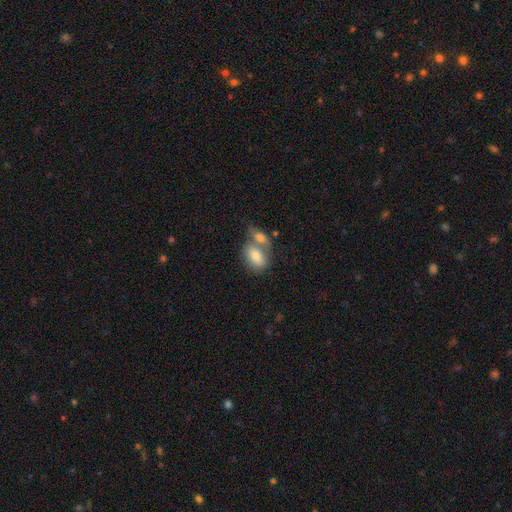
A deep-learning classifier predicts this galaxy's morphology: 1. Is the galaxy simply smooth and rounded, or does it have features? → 75% smooth, 18% featured or disk, 7% star or artifact.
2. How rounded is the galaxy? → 83% in between, 14% round, 3% cigar-shaped.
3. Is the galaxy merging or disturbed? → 53% merger, 34% none, 9% minor disturbance, 4% major disturbance.